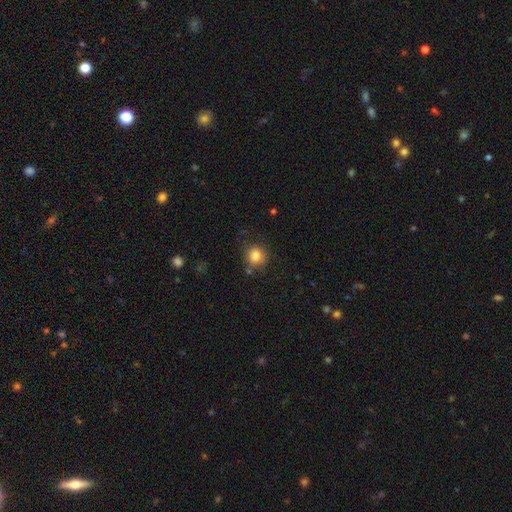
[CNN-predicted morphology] The model was most divided on "merging": none: 75%, minor disturbance: 16%, merger: 5%, major disturbance: 4%. More confident: smooth or featured — smooth (83%); how rounded — round (82%).